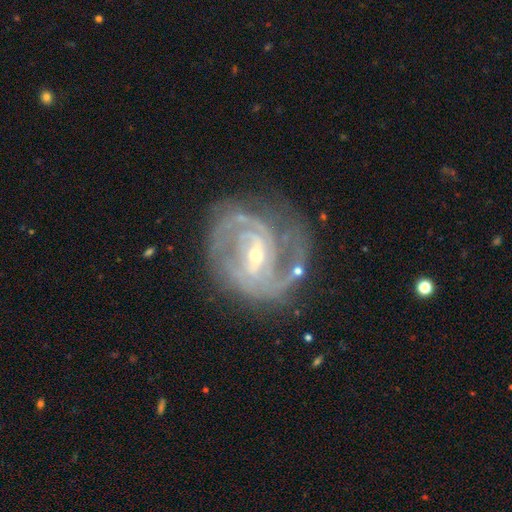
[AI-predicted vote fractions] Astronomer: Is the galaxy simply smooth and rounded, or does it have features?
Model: featured or disk — 89%.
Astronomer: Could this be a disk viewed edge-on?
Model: no — 97%.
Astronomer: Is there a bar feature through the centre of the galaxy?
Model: weak — 46% (runner-up: strong, 30%).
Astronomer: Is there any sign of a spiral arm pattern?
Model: yes — 97%.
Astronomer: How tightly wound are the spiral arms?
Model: tight — 51% (runner-up: medium, 41%).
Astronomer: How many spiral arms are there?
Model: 2 — 55%.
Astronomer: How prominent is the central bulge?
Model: small — 63%.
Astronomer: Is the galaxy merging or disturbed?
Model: none — 67%.